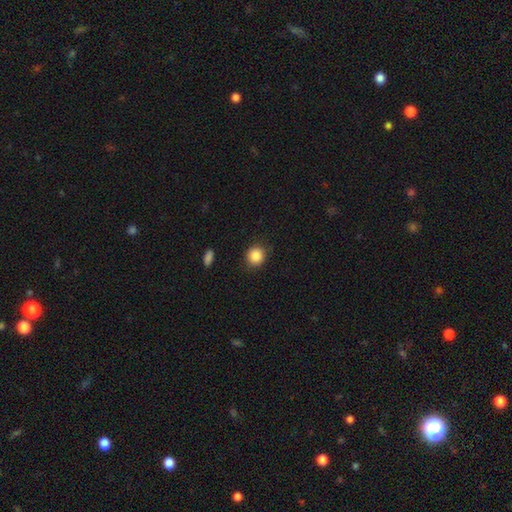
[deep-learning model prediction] Overall: smooth (85%). How rounded: round (89%). Merging: none (88%).